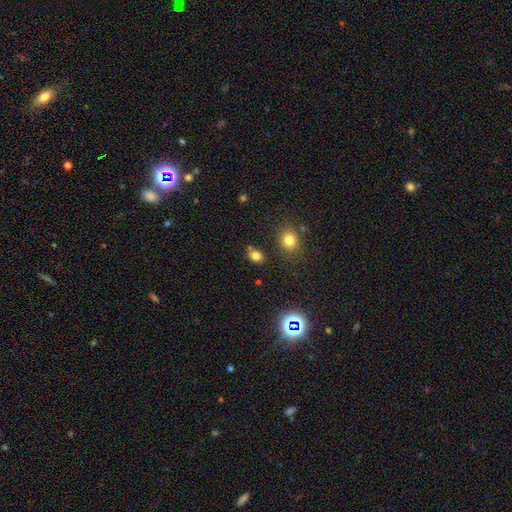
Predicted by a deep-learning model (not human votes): Smooth or featured? Predicted: smooth (p=0.76). How rounded? Predicted: in between (p=0.63). Merging? Predicted: none (p=0.74).